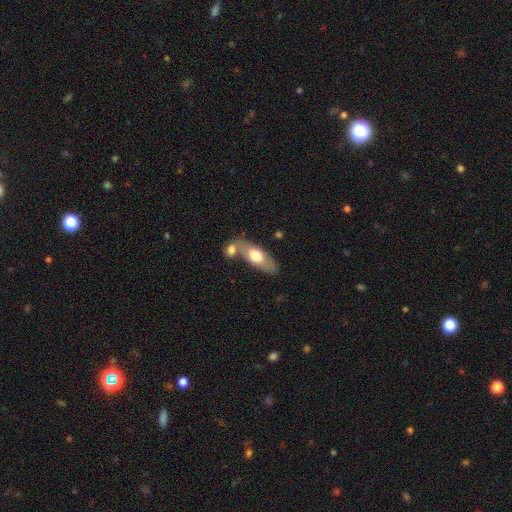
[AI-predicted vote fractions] Morphology: type=smooth (63%); roundness=in between (77%); merging=none (45%).